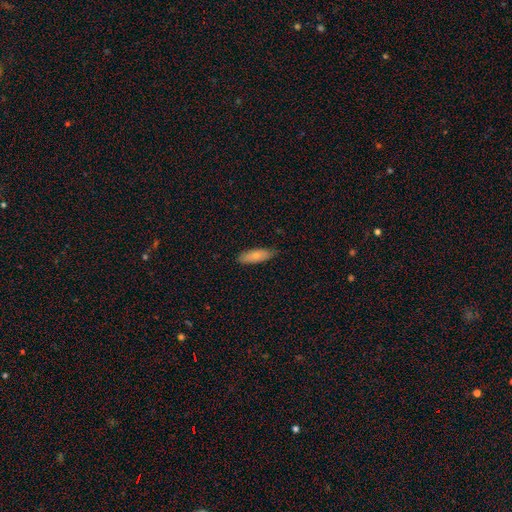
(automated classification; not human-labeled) This appears to be a smooth galaxy with no disk features (76%) that is in between round and cigar-shaped (61%). Merging: none (83%).